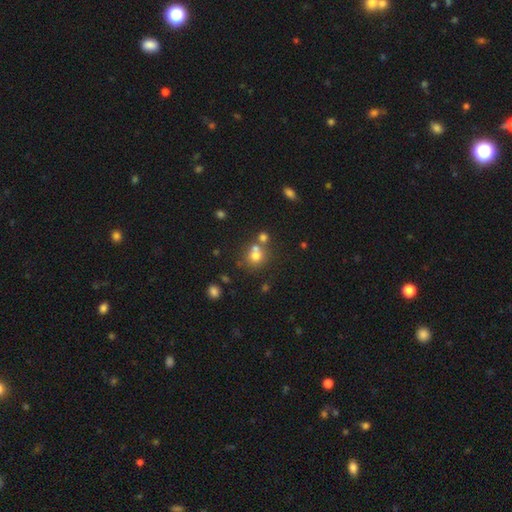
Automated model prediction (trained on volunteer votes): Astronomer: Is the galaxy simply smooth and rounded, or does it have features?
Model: smooth — 70%.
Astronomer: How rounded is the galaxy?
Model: round — 83%.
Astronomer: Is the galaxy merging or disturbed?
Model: none — 50% (runner-up: merger, 38%).